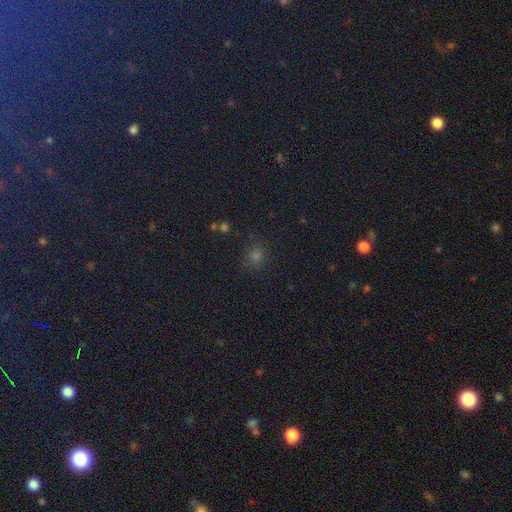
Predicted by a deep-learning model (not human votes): smooth 63%, star or artifact 31%, featured or disk 5%. Down the decision tree: how rounded — round (82%); merging — none (83%).